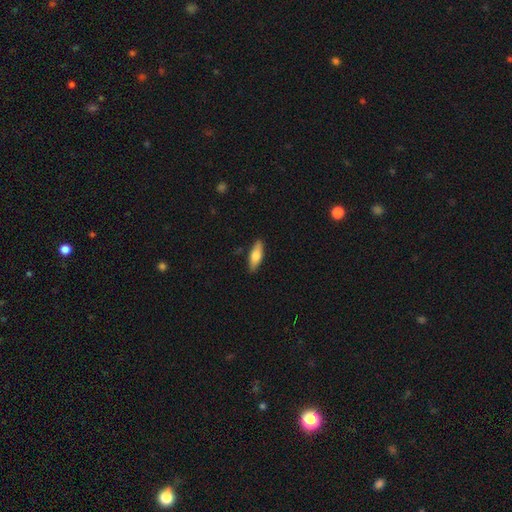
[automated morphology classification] type=smooth (67%); roundness=in between (56%); merging=none (86%).